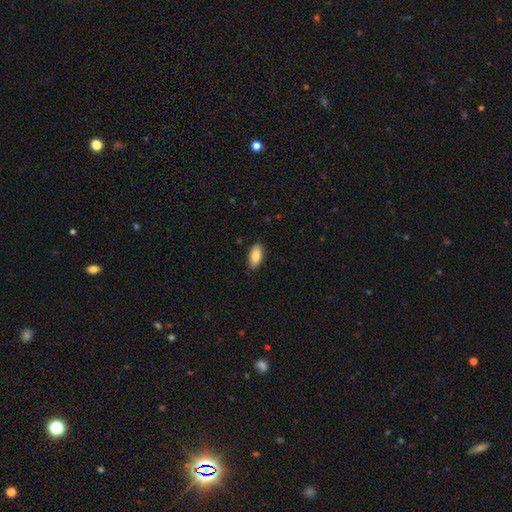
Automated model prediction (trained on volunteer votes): Smooth or featured? Predicted: smooth (p=0.85). How rounded? Predicted: in between (p=0.92). Merging? Predicted: none (p=0.86).